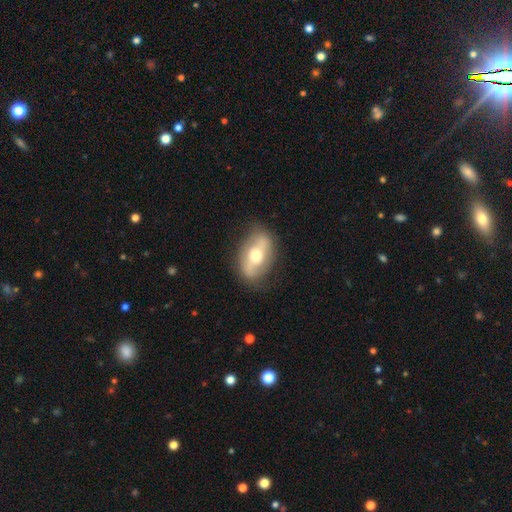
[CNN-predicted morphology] A featured or disk galaxy (62%) with no bar (37%), spiral arms (61%) and a moderate central bulge (73%).

Vote fractions:
- Smooth or featured? featured or disk: 62% / smooth: 32% / star or artifact: 6%
- Edge-on disk? no: 90% / yes: 10%
- Bar? no: 37% / weak: 32% / strong: 31%
- Spiral arms? yes: 61% / no: 39%
- Bulge size? moderate: 73% / small: 13% / large: 11% / dominant: 1% / none: 1%
- Merging? none: 78% / minor disturbance: 16% / major disturbance: 5% / merger: 1%